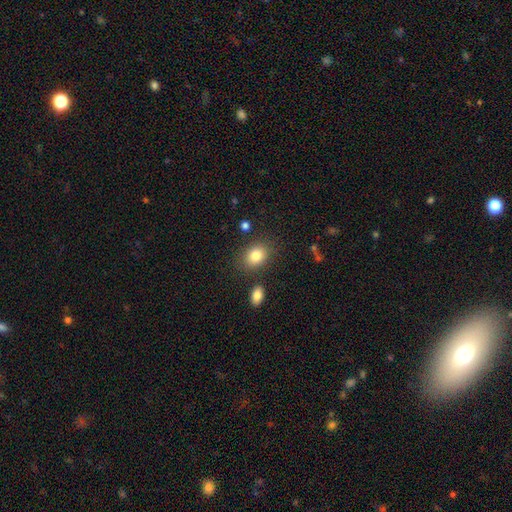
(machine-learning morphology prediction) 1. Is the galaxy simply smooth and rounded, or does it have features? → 83% smooth, 9% star or artifact, 8% featured or disk.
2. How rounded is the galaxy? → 67% in between, 32% round, 1% cigar-shaped.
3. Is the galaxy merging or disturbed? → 80% none, 11% minor disturbance, 5% merger, 4% major disturbance.